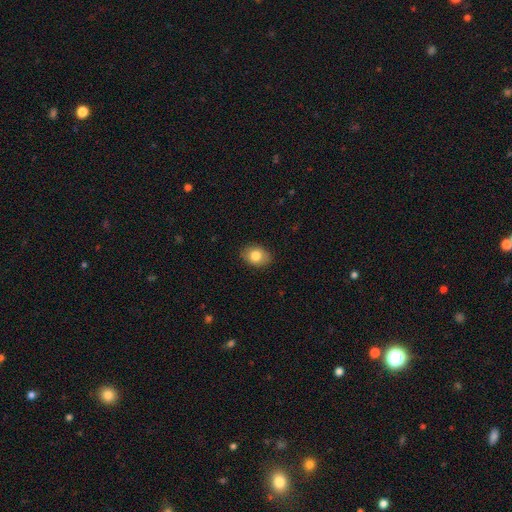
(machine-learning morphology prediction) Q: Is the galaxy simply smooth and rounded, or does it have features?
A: smooth — 82%.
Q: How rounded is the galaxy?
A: in between — 67%.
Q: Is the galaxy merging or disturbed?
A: none — 87%.